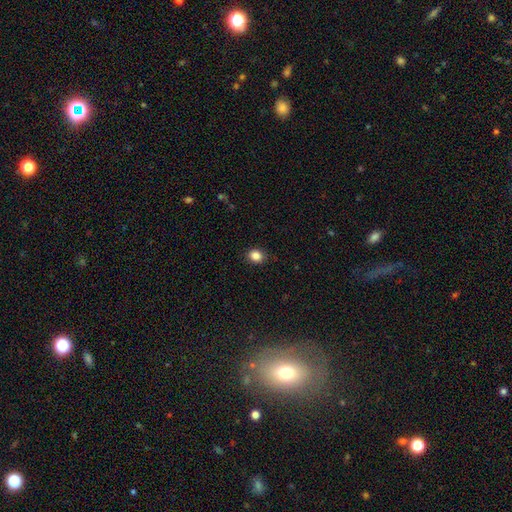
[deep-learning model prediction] smooth-or-featured: smooth: 86% | star or artifact: 10% | featured or disk: 4%
  how-rounded: round: 62% | in between: 37% | cigar-shaped: 1%
  merging: none: 89% | minor disturbance: 8% | major disturbance: 2% | merger: 1%